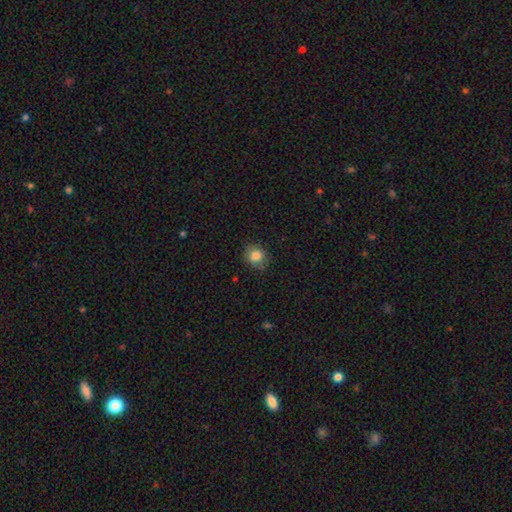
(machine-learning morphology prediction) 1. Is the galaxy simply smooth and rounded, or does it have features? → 84% smooth, 10% star or artifact, 6% featured or disk.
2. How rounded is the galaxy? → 84% round, 15% in between, 1% cigar-shaped.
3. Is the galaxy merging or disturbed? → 82% none, 14% minor disturbance, 3% major disturbance, 1% merger.